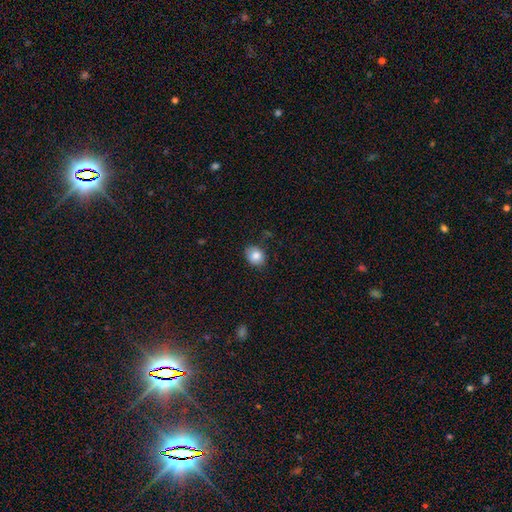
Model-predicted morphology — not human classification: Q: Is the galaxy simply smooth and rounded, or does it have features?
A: smooth — 84%.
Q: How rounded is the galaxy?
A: in between — 51%.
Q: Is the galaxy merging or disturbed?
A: none — 80%.